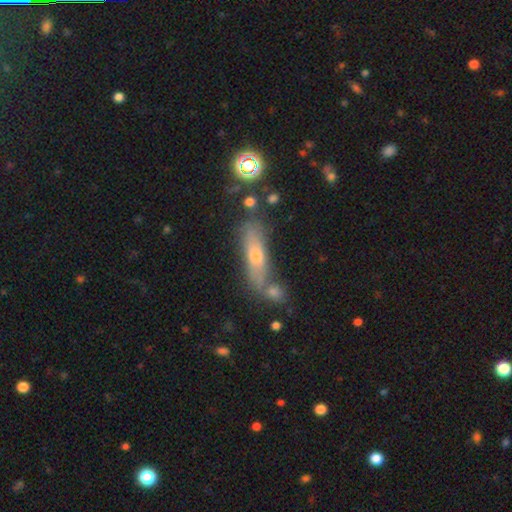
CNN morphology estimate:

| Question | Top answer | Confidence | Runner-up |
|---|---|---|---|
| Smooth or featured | smooth | 46% | featured or disk (42%) |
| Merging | none | 60% | merger (18%) |